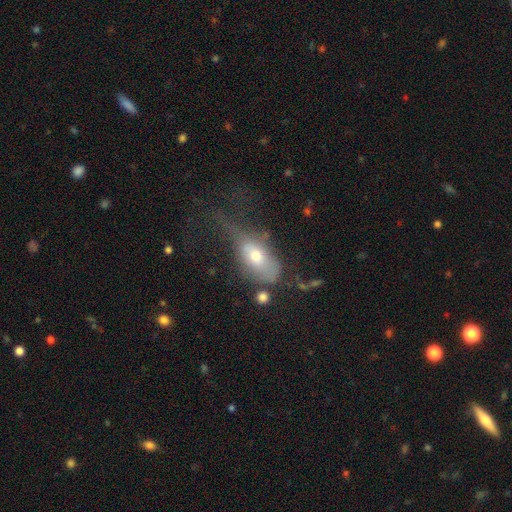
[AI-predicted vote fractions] smooth-or-featured: smooth: 62% | featured or disk: 28% | star or artifact: 10%
  how-rounded: in between: 85% | round: 9% | cigar-shaped: 6%
  merging: major disturbance: 43% | minor disturbance: 25% | none: 25% | merger: 7%